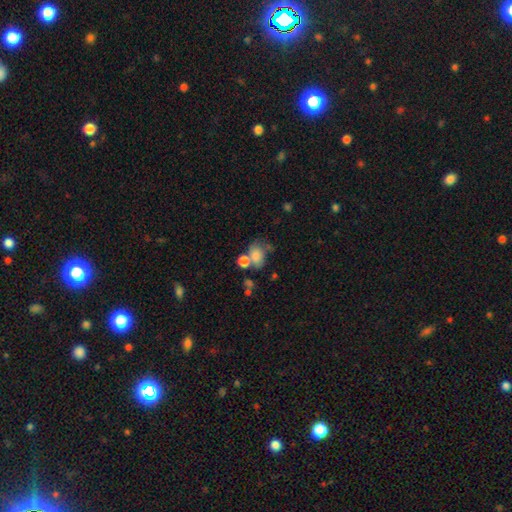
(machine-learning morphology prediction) Smooth or featured? smooth (75%)
How rounded? in between (65%)
Merging? merger (38%)